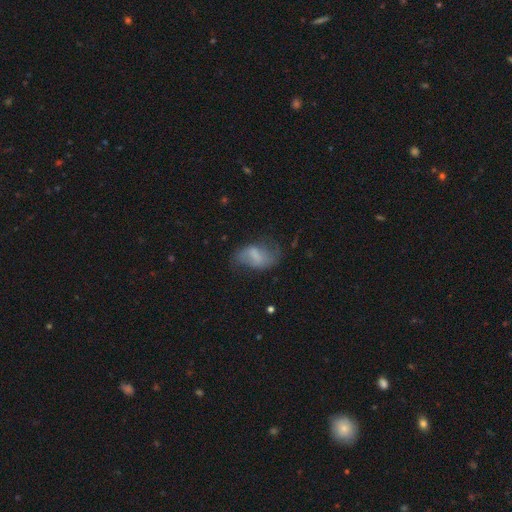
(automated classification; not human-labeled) This appears to be a featured or disk galaxy (48%). Merging: none (48%).